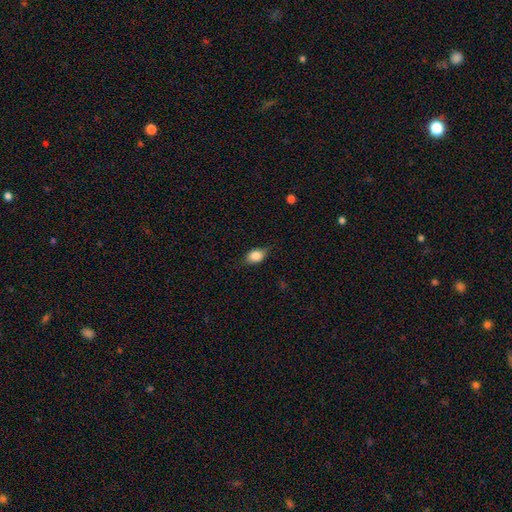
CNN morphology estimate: Q: Smooth or featured?
A: smooth (82%); runner-up: featured or disk (9%)
Q: How rounded?
A: in between (75%); runner-up: round (23%)
Q: Merging?
A: none (72%); runner-up: minor disturbance (22%)